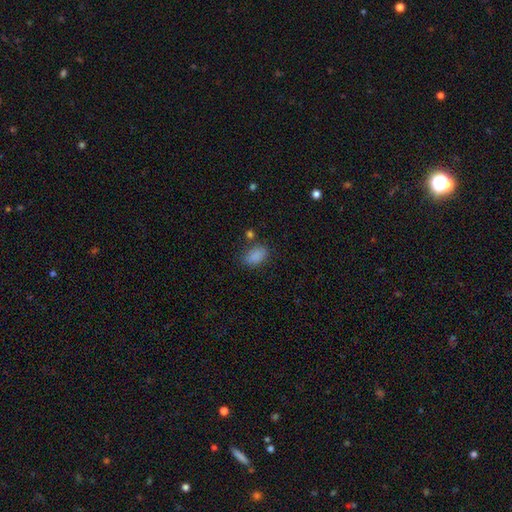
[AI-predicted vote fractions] A smooth galaxy with no disk features (86%) that is in between round and cigar-shaped (89%). Merging: none (74%).